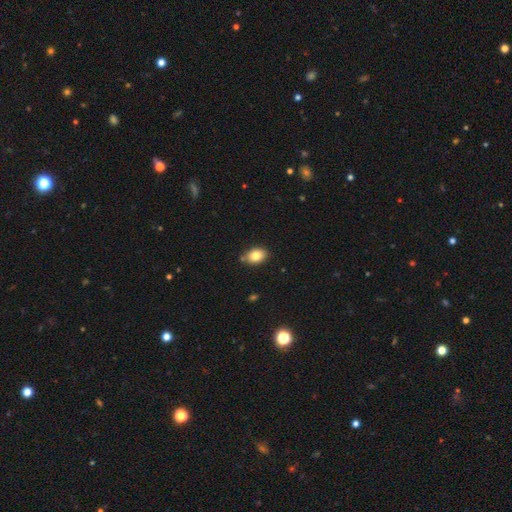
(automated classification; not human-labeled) Overall: smooth (81%). How rounded: in between (76%). Merging: none (78%).